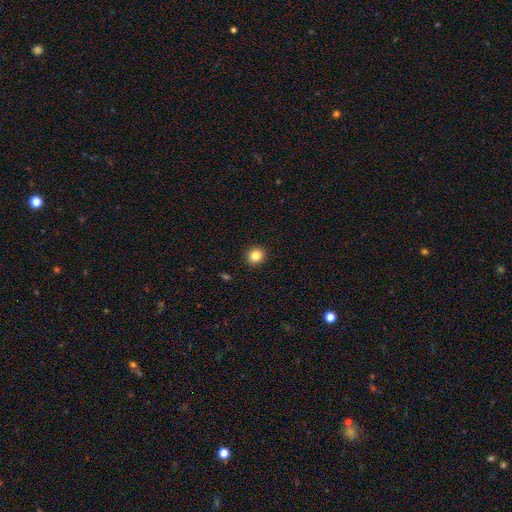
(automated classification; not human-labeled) smooth 84%, star or artifact 11%, featured or disk 5%. Down the decision tree: how rounded — round (91%); merging — none (93%).